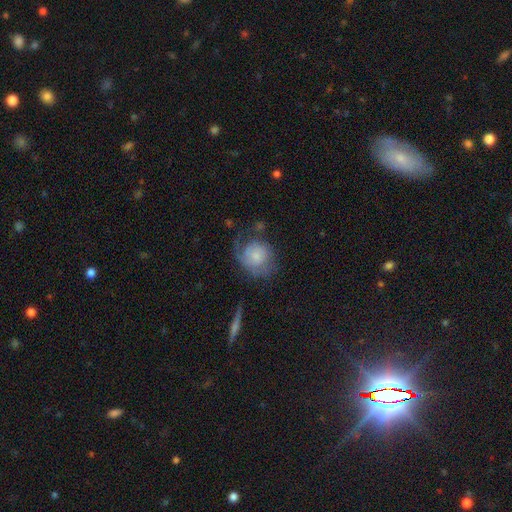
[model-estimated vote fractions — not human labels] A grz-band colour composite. It shows a featured or disk galaxy (50%). Merging: none (42%).